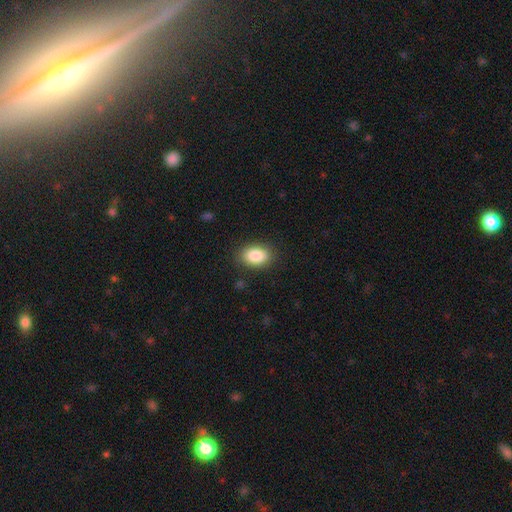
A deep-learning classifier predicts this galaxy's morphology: type=smooth (87%); roundness=in between (85%); merging=none (86%).